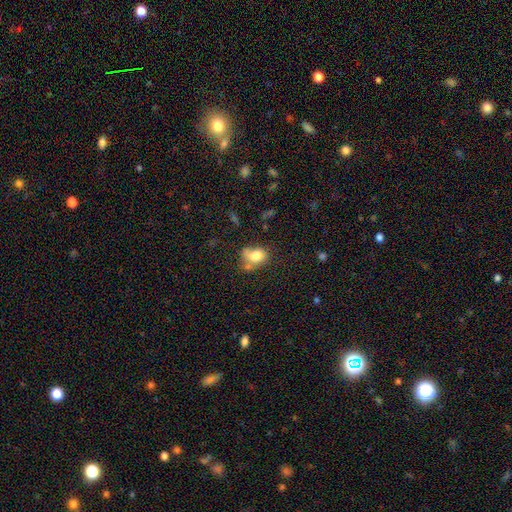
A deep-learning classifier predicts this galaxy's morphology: This appears to be a smooth galaxy with no disk features (74%) that is in between round and cigar-shaped (69%). Merging: none (33%).